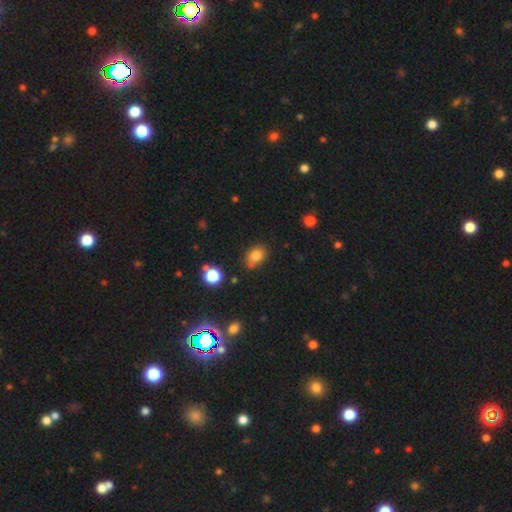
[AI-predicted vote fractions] Smooth or featured? Predicted: smooth (p=0.80). How rounded? Predicted: in between (p=0.67). Merging? Predicted: none (p=0.65).